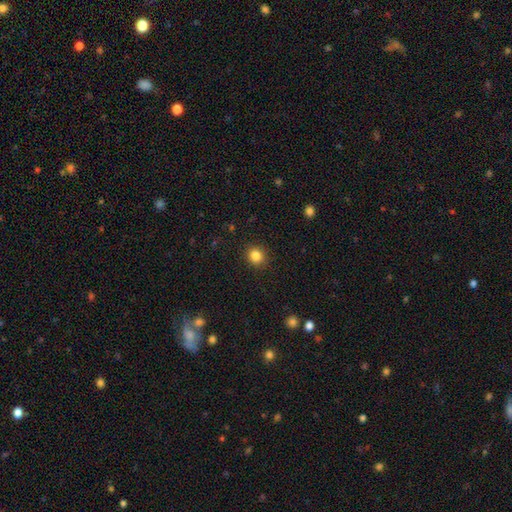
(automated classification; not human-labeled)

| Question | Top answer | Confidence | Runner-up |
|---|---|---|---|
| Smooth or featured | smooth | 85% | star or artifact (11%) |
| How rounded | round | 82% | in between (17%) |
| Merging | none | 90% | minor disturbance (7%) |